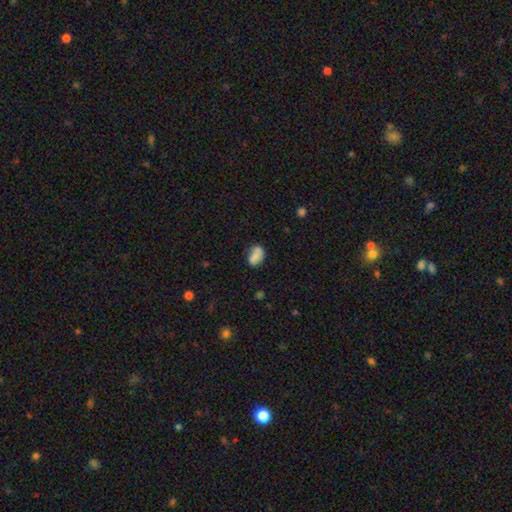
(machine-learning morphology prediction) Smooth or featured: smooth — 76% (featured or disk — 14%)
How rounded: in between — 82% (round — 16%)
Merging: none — 50% (minor disturbance — 24%)